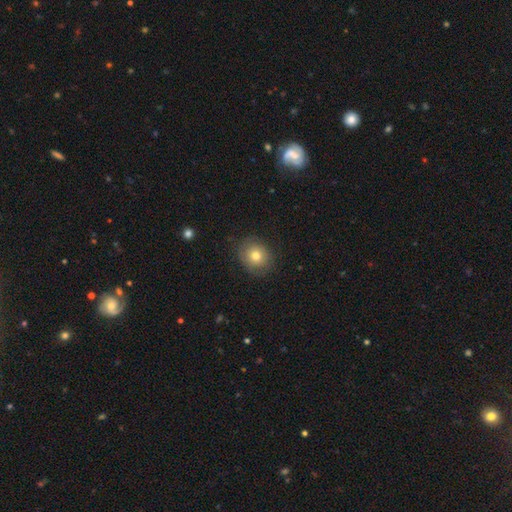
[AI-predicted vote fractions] Smooth or featured?
  - smooth: 74% *
  - featured or disk: 17%
  - star or artifact: 10%
How rounded?
  - round: 70% *
  - in between: 29%
  - cigar-shaped: 1%
Merging?
  - none: 79% *
  - minor disturbance: 15%
  - major disturbance: 5%
  - merger: 1%